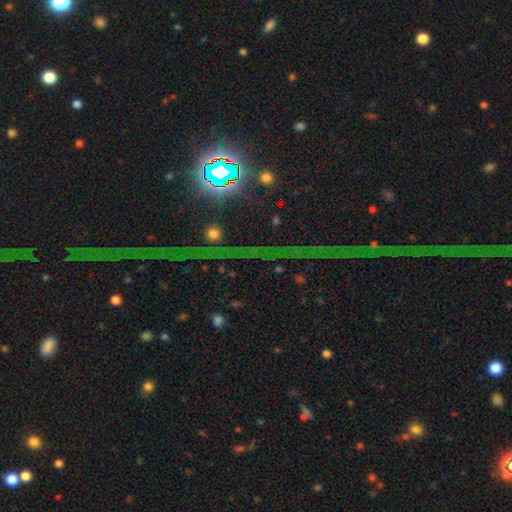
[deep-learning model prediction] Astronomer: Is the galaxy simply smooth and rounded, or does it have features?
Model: star or artifact — 80%.